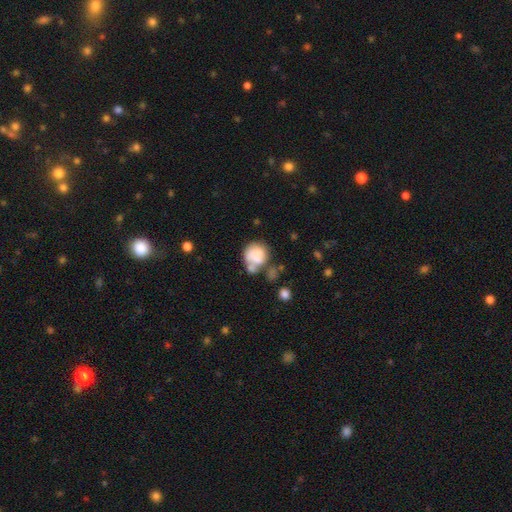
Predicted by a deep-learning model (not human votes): A smooth galaxy with no disk features (73%) that is round (73%).

Vote fractions:
- Smooth or featured? smooth: 73% / featured or disk: 19% / star or artifact: 8%
- How rounded? round: 73% / in between: 26% / cigar-shaped: 1%
- Merging? merger: 36% / none: 32% / minor disturbance: 19% / major disturbance: 14%